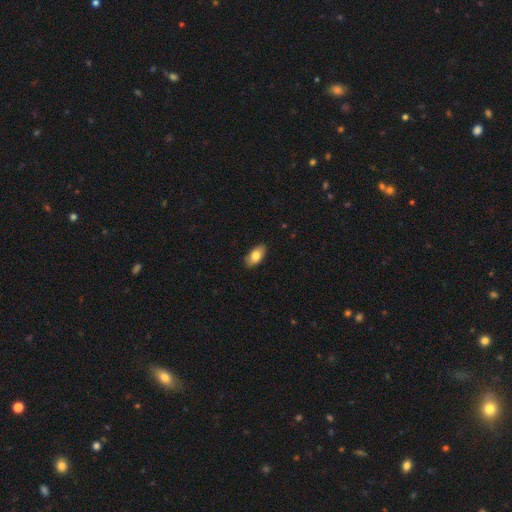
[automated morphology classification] type=smooth (81%); roundness=in between (92%); merging=none (87%).